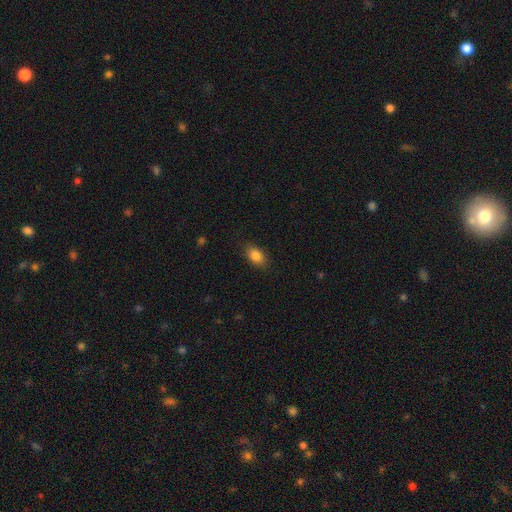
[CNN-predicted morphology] type=smooth (86%); roundness=in between (85%); merging=none (84%).